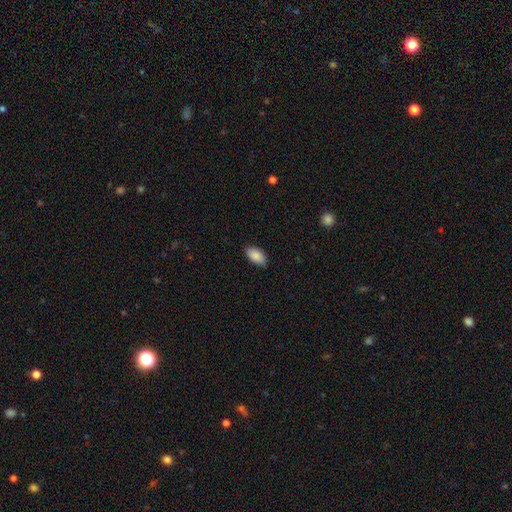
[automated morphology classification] A smooth galaxy with no disk features (89%) that is in between round and cigar-shaped (94%).

Vote fractions:
- Smooth or featured? smooth: 89% / star or artifact: 6% / featured or disk: 5%
- How rounded? in between: 94% / cigar-shaped: 3% / round: 3%
- Merging? none: 86% / minor disturbance: 11% / major disturbance: 2% / merger: 1%